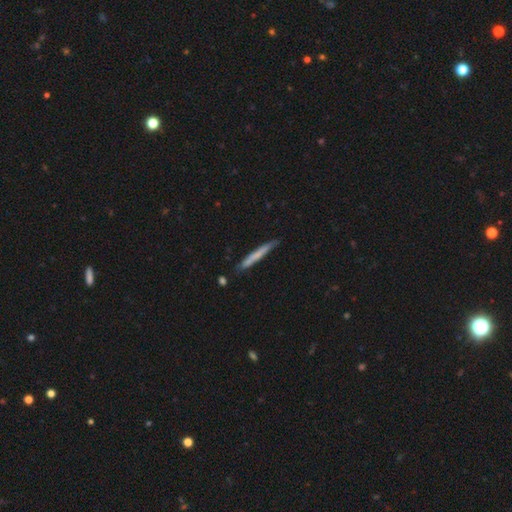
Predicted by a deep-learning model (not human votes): Smooth or featured: smooth — 64% (featured or disk — 31%)
How rounded: cigar-shaped — 96% (in between — 3%)
Merging: none — 82% (minor disturbance — 14%)